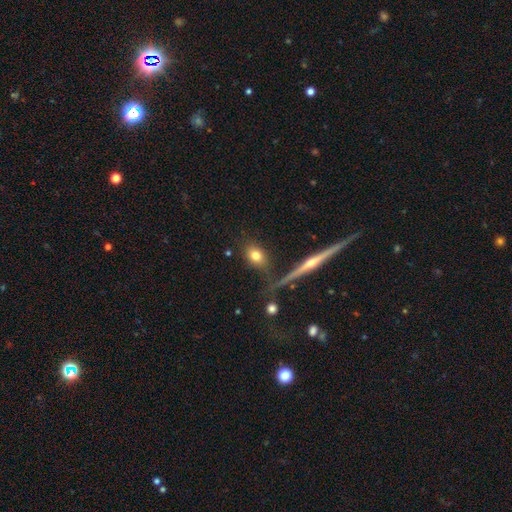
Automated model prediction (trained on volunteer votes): A smooth galaxy with no disk features (75%) that is in between round and cigar-shaped (56%).

Vote fractions:
- Smooth or featured? smooth: 75% / featured or disk: 15% / star or artifact: 10%
- How rounded? in between: 56% / round: 38% / cigar-shaped: 6%
- Merging? none: 76% / minor disturbance: 12% / merger: 8% / major disturbance: 4%